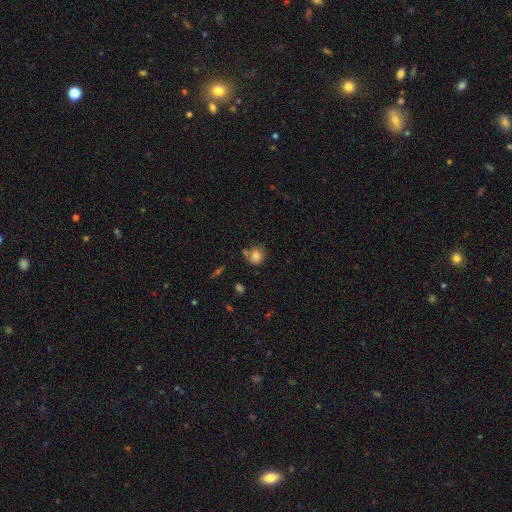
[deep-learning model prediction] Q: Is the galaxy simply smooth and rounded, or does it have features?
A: smooth — 78%.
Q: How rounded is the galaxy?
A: round — 83%.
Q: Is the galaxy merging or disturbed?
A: none — 65%.